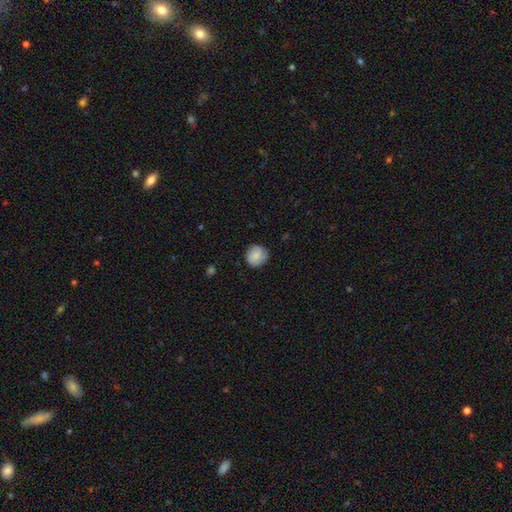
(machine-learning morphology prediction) Smooth or featured: smooth — 83% (featured or disk — 10%)
How rounded: round — 91% (in between — 8%)
Merging: none — 82% (minor disturbance — 15%)